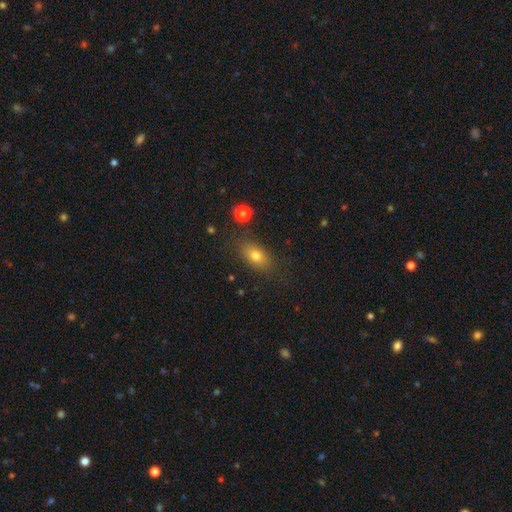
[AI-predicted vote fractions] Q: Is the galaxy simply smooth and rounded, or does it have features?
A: smooth — 76%.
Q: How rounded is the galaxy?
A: in between — 79%.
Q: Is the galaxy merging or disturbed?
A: none — 81%.